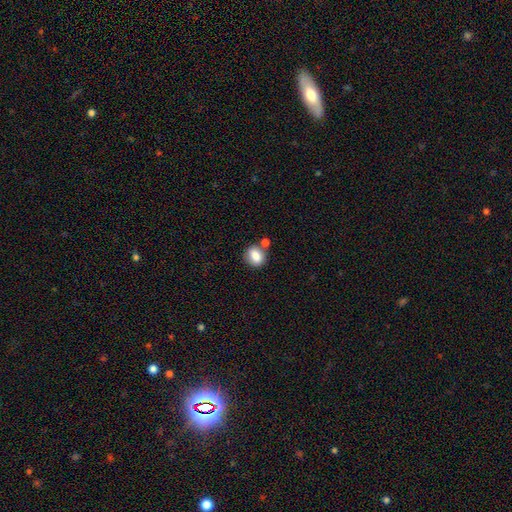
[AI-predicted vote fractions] Morphology: type=smooth (81%); roundness=round (57%); merging=none (67%).